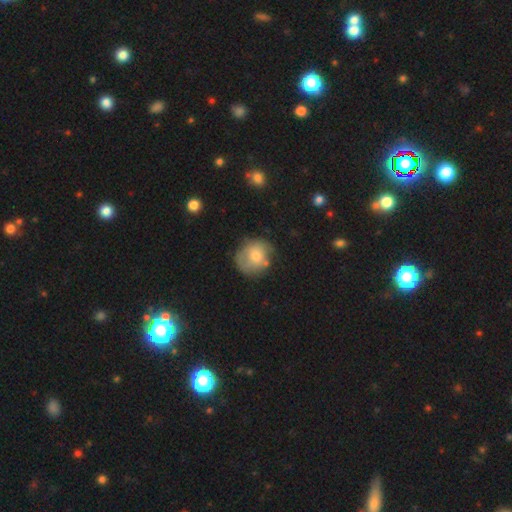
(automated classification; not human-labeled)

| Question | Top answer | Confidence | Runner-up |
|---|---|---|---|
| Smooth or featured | smooth | 68% | featured or disk (24%) |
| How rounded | round | 79% | in between (20%) |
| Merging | none | 58% | minor disturbance (27%) |